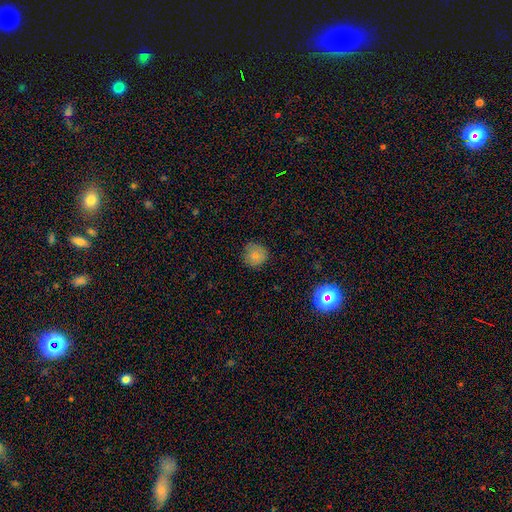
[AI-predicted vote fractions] smooth 77%, star or artifact 12%, featured or disk 11%. Down the decision tree: how rounded — round (93%); merging — none (84%).